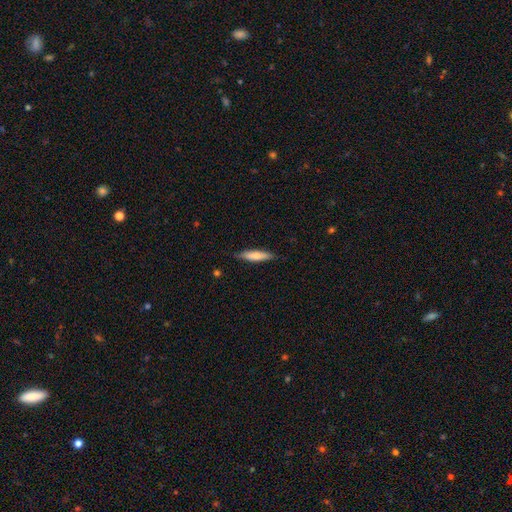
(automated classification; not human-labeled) Morphology: type=smooth (66%); roundness=cigar-shaped (83%); merging=none (85%).